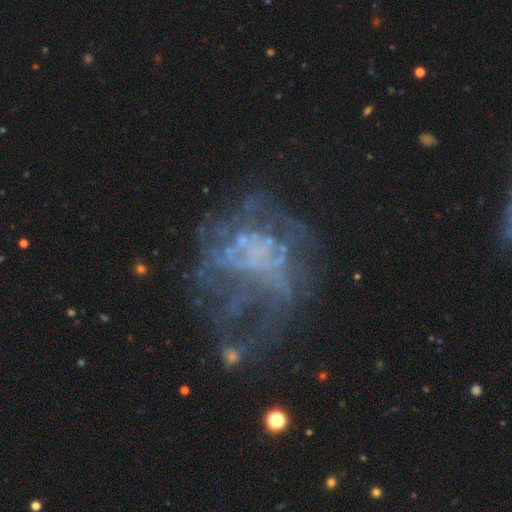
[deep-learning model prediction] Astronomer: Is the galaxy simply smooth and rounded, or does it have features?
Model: featured or disk — 69%.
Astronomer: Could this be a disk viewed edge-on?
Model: no — 98%.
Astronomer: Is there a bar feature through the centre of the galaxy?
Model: no — 87%.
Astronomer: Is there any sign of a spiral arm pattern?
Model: no — 68%.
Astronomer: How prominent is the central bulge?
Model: none — 79%.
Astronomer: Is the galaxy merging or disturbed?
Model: major disturbance — 43% (runner-up: none, 35%).